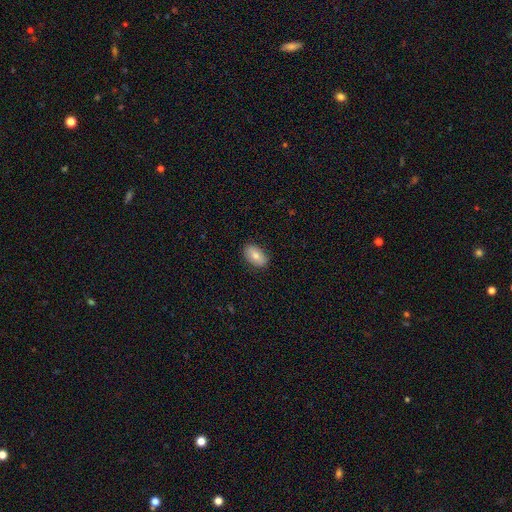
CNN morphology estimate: smooth-or-featured: smooth: 75% | featured or disk: 18% | star or artifact: 7%
  how-rounded: in between: 91% | round: 7% | cigar-shaped: 2%
  merging: none: 88% | minor disturbance: 9% | major disturbance: 2% | merger: 1%